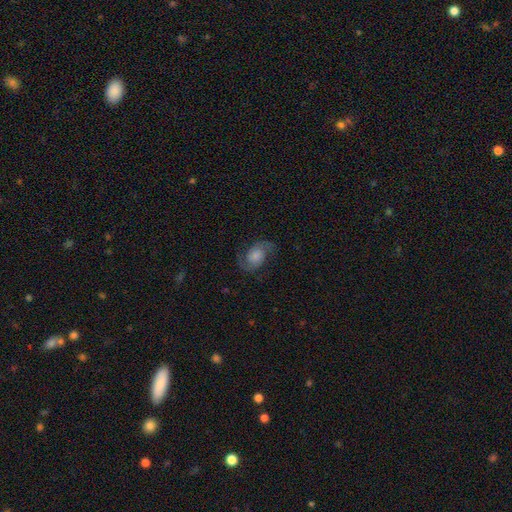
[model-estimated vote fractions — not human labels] Smooth or featured? featured or disk (76%)
Edge-on disk? no (98%)
Bar? no (69%)
Spiral arms? yes (95%)
Spiral winding? medium (50%)
Spiral arm count? 2 (92%)
Bulge size? small (39%)
Merging? none (75%)